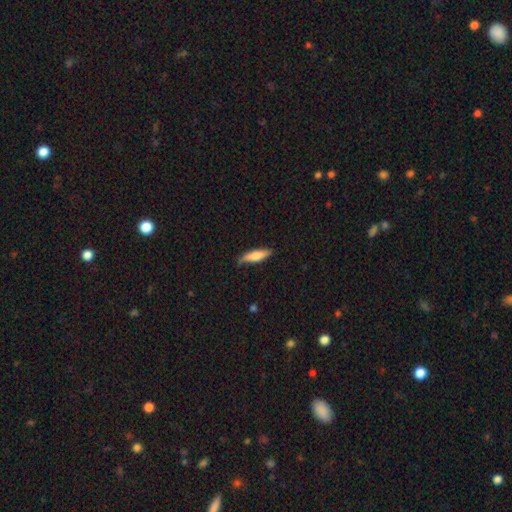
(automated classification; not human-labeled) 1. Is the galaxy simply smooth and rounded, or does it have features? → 71% smooth, 24% featured or disk, 6% star or artifact.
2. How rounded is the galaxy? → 65% cigar-shaped, 33% in between, 2% round.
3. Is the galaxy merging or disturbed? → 70% none, 24% minor disturbance, 4% major disturbance, 2% merger.